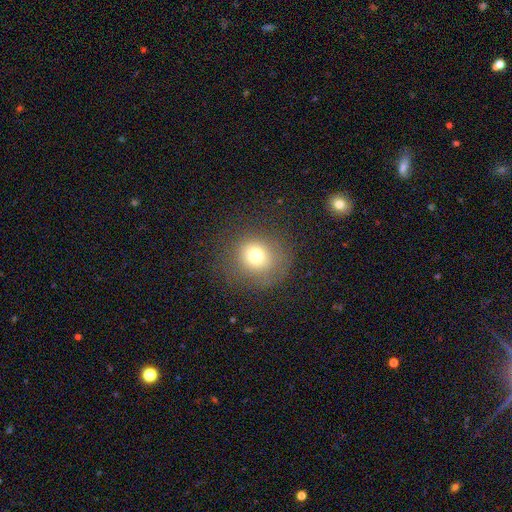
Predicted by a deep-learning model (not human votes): Q: Smooth or featured?
A: smooth (73%); runner-up: star or artifact (15%)
Q: How rounded?
A: round (87%); runner-up: in between (13%)
Q: Merging?
A: none (77%); runner-up: minor disturbance (13%)